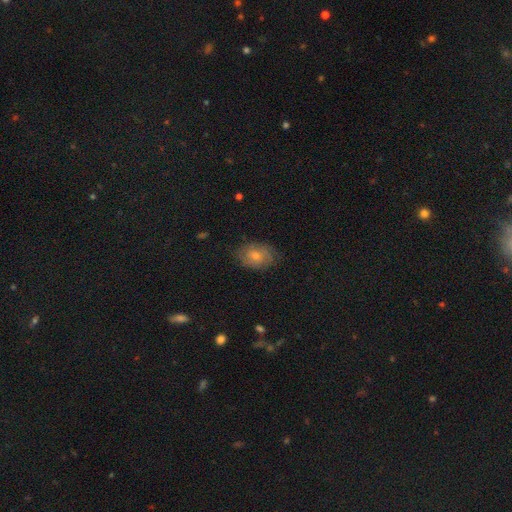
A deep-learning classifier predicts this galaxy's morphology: Smooth or featured?
  - featured or disk: 51% *
  - smooth: 35%
  - star or artifact: 14%
Edge-on disk?
  - no: 96% *
  - yes: 4%
Merging?
  - none: 78% *
  - minor disturbance: 16%
  - major disturbance: 5%
  - merger: 1%